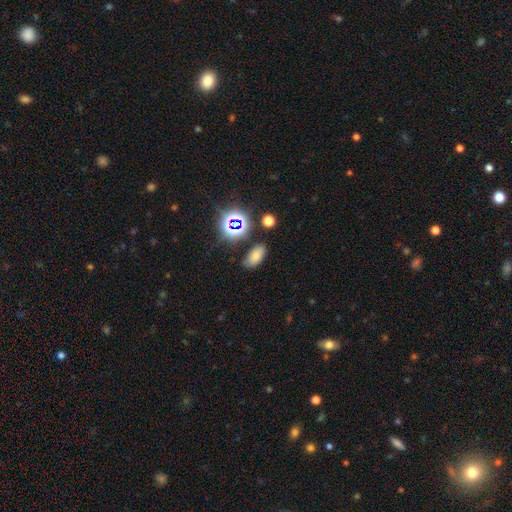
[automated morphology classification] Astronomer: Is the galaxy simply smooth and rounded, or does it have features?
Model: smooth — 66%.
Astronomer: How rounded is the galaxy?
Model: in between — 90%.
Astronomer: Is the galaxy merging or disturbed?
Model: none — 76%.